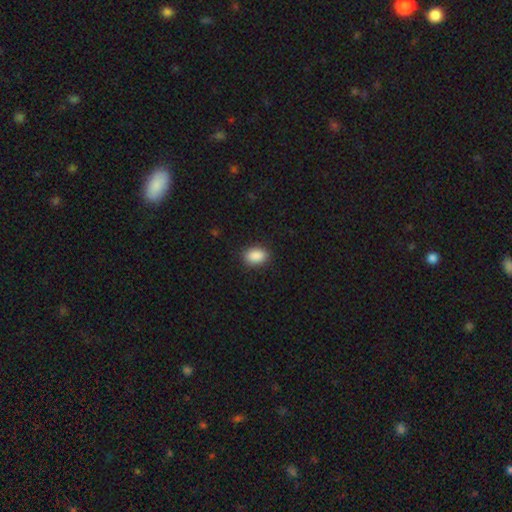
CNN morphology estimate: This is clearly a smooth galaxy (89%). How rounded: clearly in between (83%). Merging: clearly none (88%).